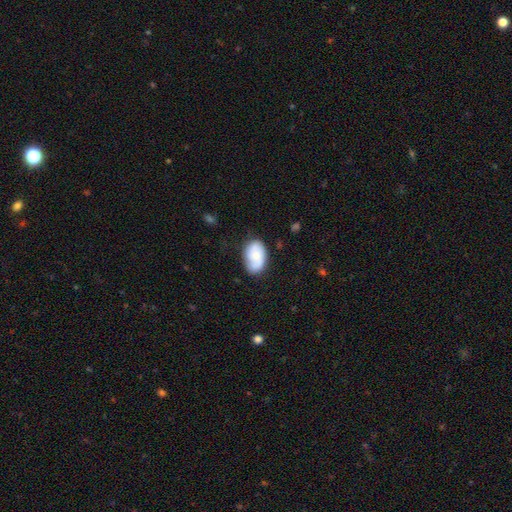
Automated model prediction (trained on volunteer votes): Overall: smooth (64%; featured or disk 29%). How rounded: in between (89%). Merging: none (65%).